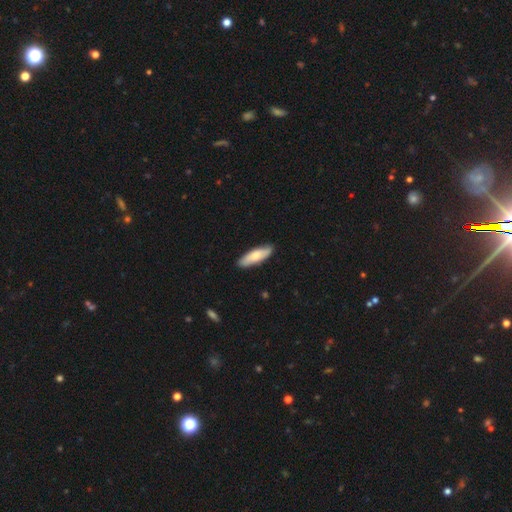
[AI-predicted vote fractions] This appears to be a smooth galaxy with no disk features (70%) that is cigar-shaped (49%, tied with in between). Merging: none (87%).